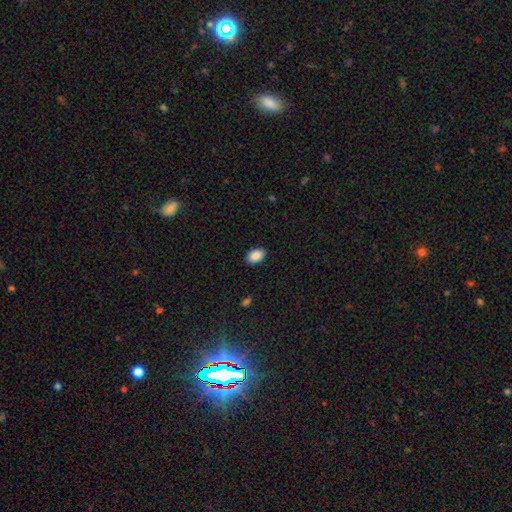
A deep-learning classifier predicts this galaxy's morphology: Smooth or featured? smooth (89%)
How rounded? in between (90%)
Merging? none (90%)